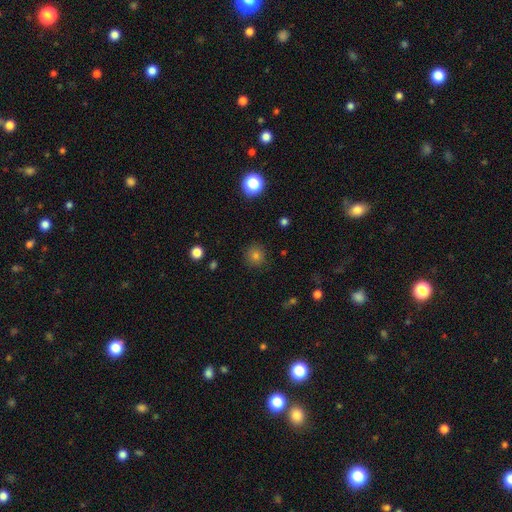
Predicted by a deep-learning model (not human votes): Smooth or featured? smooth (78%)
How rounded? round (93%)
Merging? none (89%)